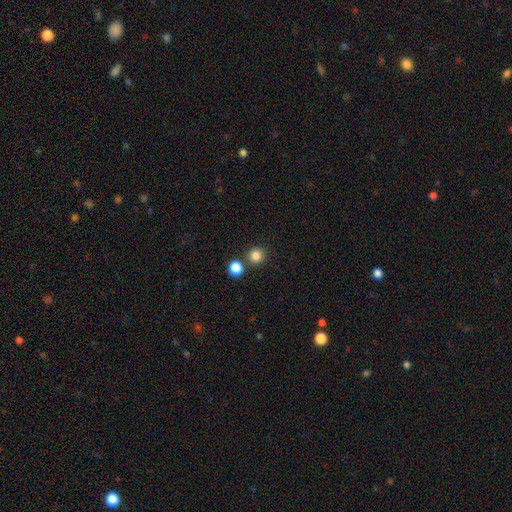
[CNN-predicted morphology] The model was most divided on "merging": none: 80%, merger: 12%, minor disturbance: 6%, major disturbance: 2%. More confident: how rounded — round (92%); smooth or featured — smooth (84%).